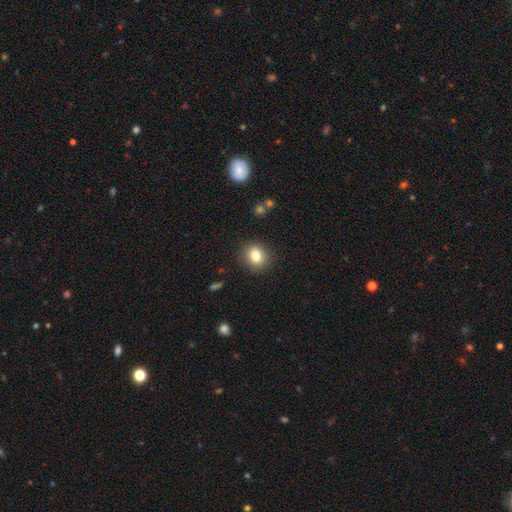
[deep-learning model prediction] A smooth galaxy with no disk features (82%) that is round (68%). Merging: none (88%).